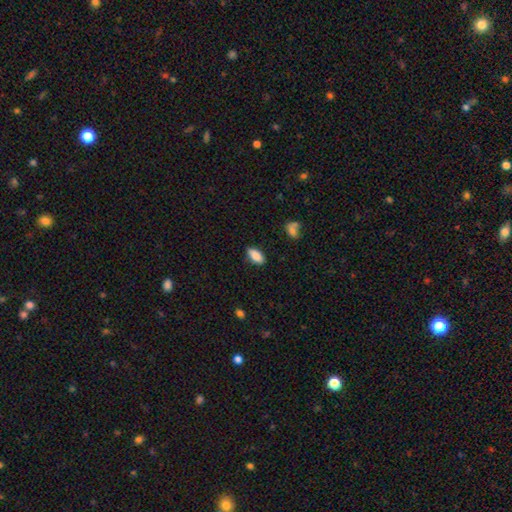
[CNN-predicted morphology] type=smooth (86%); roundness=in between (90%); merging=none (85%).